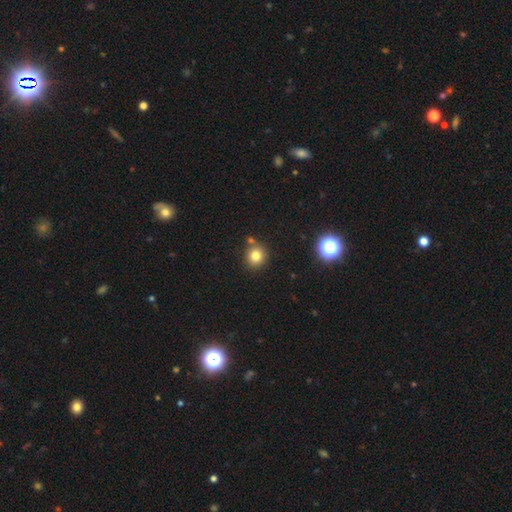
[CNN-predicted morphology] Smooth or featured? Predicted: smooth (p=0.79). How rounded? Predicted: round (p=0.89). Merging? Predicted: none (p=0.77).